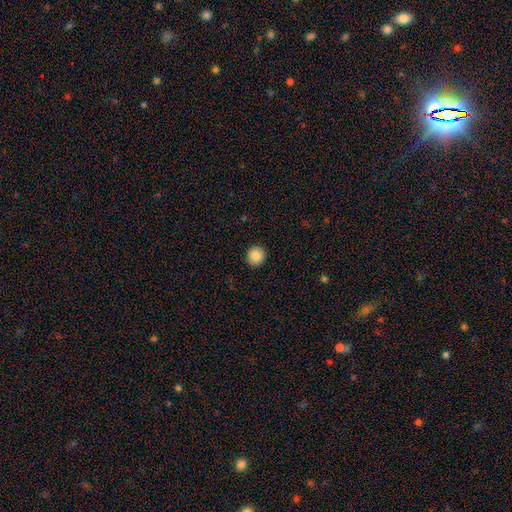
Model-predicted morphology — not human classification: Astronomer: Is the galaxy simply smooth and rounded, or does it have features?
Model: smooth — 86%.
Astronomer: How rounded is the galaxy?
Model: round — 94%.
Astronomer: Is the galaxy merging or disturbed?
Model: none — 92%.